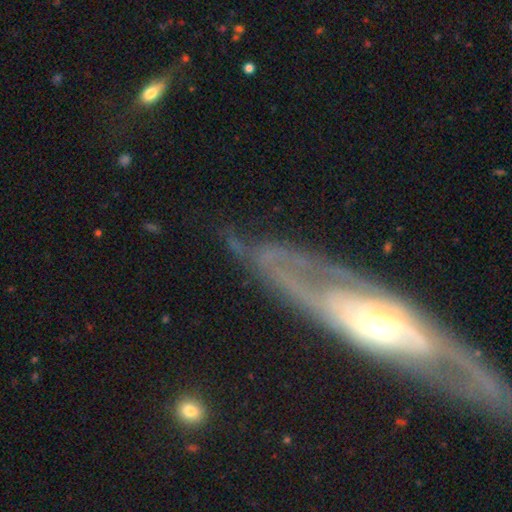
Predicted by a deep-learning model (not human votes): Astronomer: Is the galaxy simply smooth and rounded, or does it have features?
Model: featured or disk — 81%.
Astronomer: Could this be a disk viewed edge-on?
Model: no — 72%.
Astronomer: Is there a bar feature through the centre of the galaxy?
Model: no — 62%.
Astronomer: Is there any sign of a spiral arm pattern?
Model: yes — 77%.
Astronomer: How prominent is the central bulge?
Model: moderate — 49% (runner-up: small, 41%).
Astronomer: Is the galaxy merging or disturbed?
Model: none — 71%.